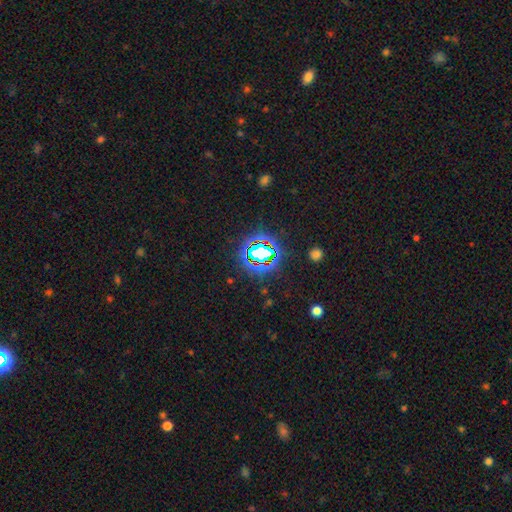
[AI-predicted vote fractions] Q: Smooth or featured?
A: star or artifact (77%); runner-up: smooth (14%)